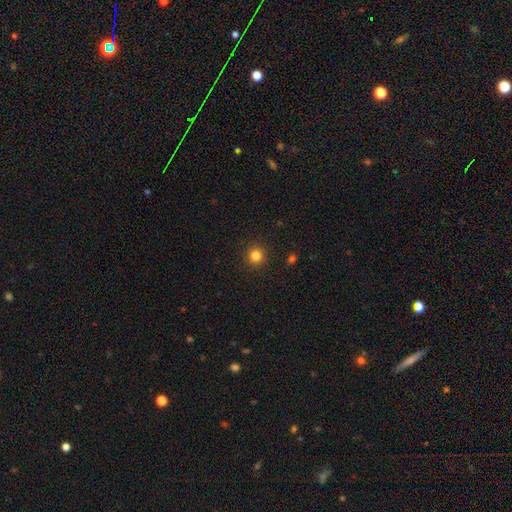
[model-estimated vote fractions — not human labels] Morphology: type=smooth (82%); roundness=round (94%); merging=none (92%).